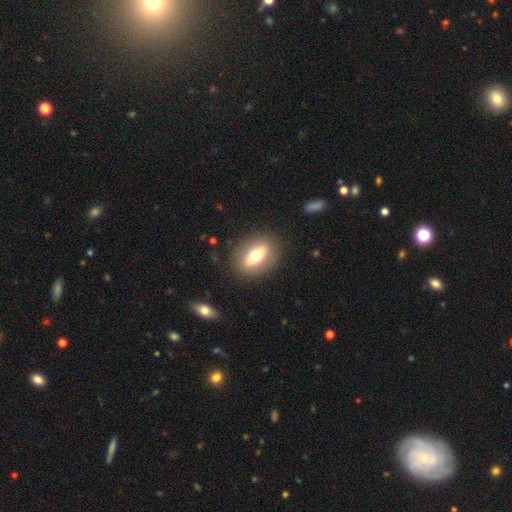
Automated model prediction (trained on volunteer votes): Overall: smooth (56%; featured or disk 36%). How rounded: in between (74%). Merging: none (86%).